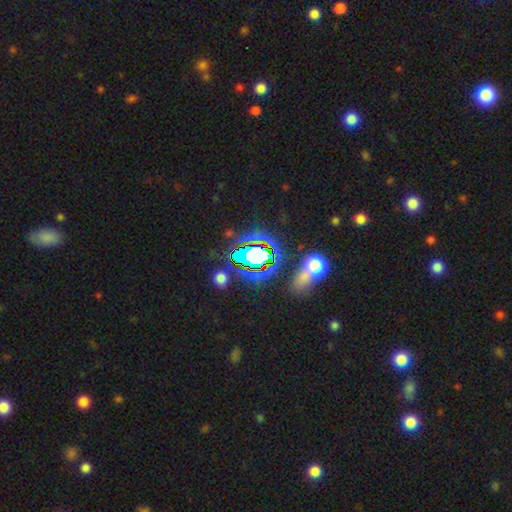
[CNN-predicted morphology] This appears to be a star or artifact, not a galaxy (75%).